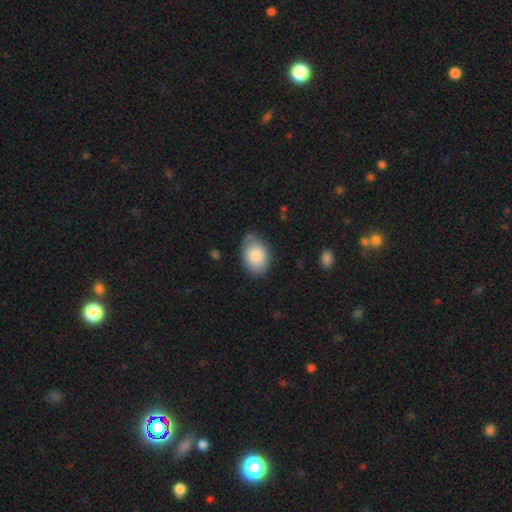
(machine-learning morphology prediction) A smooth galaxy with no disk features (84%) that is in between round and cigar-shaped (81%). Merging: none (69%).